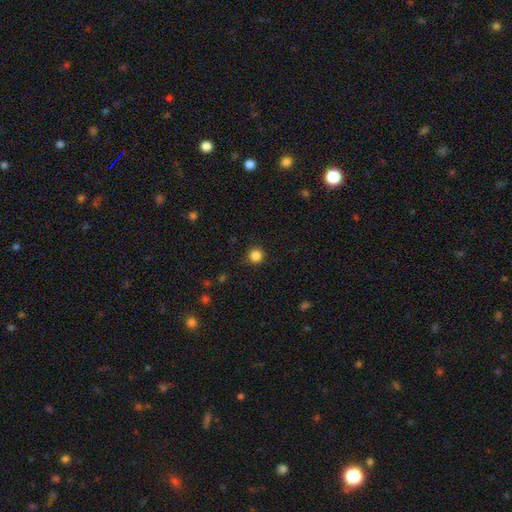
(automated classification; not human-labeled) Morphology: type=smooth (86%); roundness=round (95%); merging=none (90%).